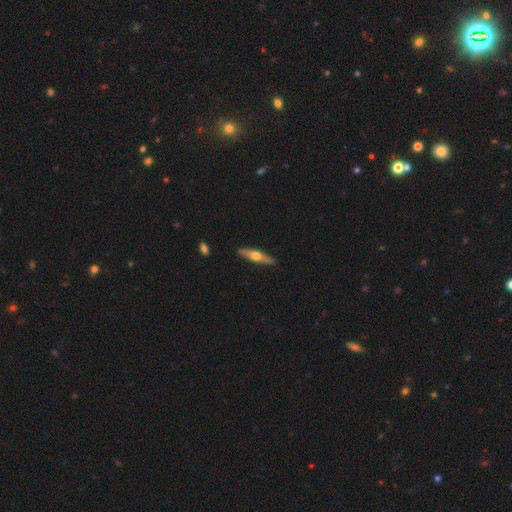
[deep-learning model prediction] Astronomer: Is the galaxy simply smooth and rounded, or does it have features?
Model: featured or disk — 56% (runner-up: smooth, 39%).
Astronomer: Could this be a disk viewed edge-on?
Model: yes — 92%.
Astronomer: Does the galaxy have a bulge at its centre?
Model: rounded — 93%.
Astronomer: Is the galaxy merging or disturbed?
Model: none — 89%.